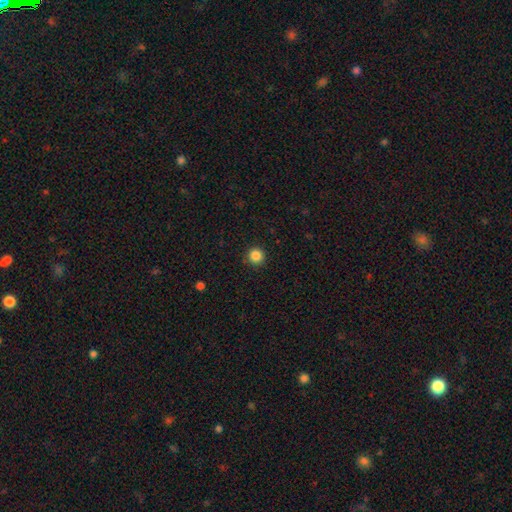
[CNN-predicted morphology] This is clearly a smooth galaxy (86%). How rounded: clearly round (95%). Merging: clearly none (92%).